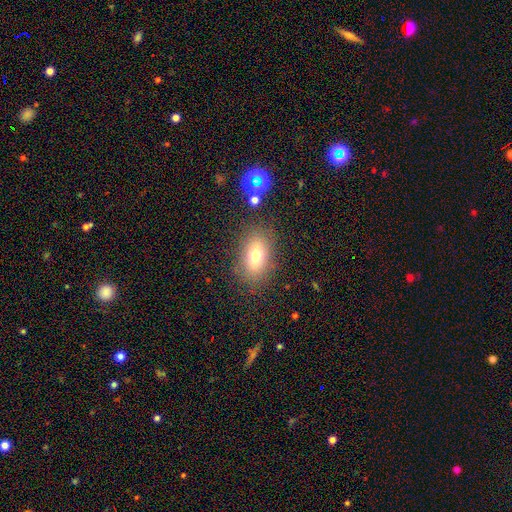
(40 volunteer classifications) Overall: smooth (72%). How rounded: in between (76%). Merging: none (89%).